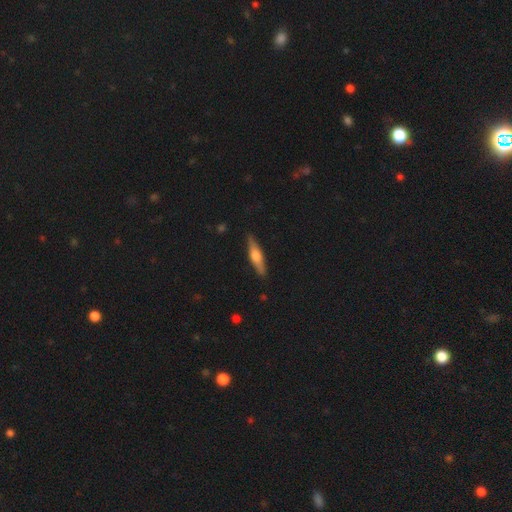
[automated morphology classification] This is possibly a featured or disk galaxy (52%). It is clearly viewed edge-on (95%). Merging: clearly none (88%).